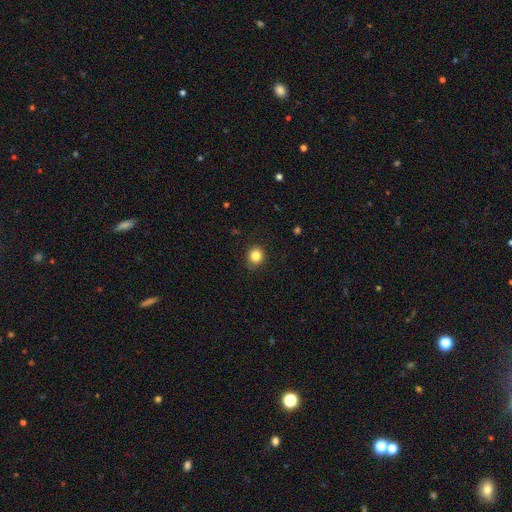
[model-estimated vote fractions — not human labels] Q: Smooth or featured?
A: smooth (84%); runner-up: star or artifact (11%)
Q: How rounded?
A: round (84%); runner-up: in between (16%)
Q: Merging?
A: none (85%); runner-up: minor disturbance (11%)